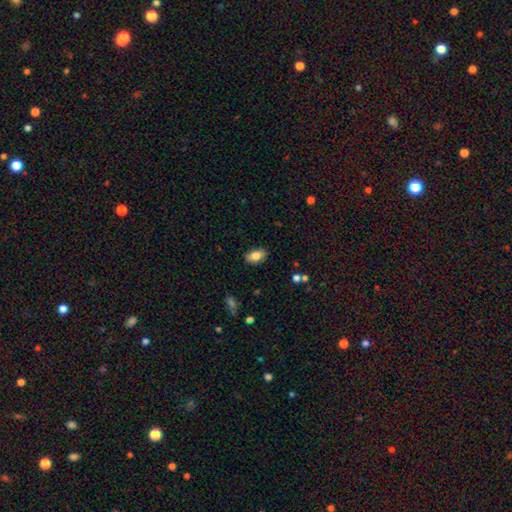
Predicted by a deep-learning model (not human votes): Smooth or featured?
  - smooth: 80% *
  - featured or disk: 12%
  - star or artifact: 8%
How rounded?
  - in between: 91% *
  - round: 7%
  - cigar-shaped: 2%
Merging?
  - none: 87% *
  - minor disturbance: 10%
  - major disturbance: 2%
  - merger: 1%